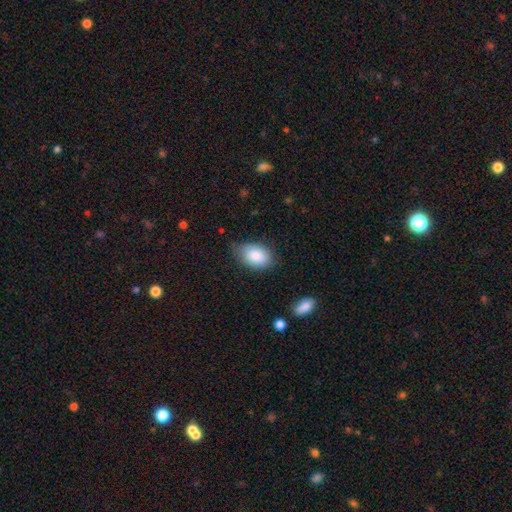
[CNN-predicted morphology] This appears to be a smooth galaxy with no disk features (86%) that is in between round and cigar-shaped (88%). Merging: none (70%).